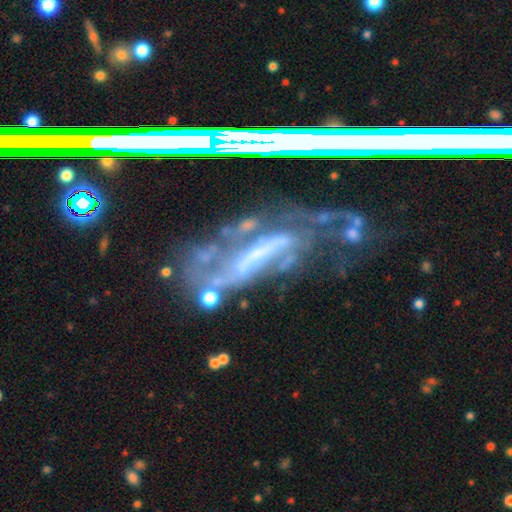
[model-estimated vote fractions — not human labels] Smooth or featured? Predicted: featured or disk (p=0.65). Edge-on disk? Predicted: no (p=0.73). Merging? Predicted: none (p=0.41).